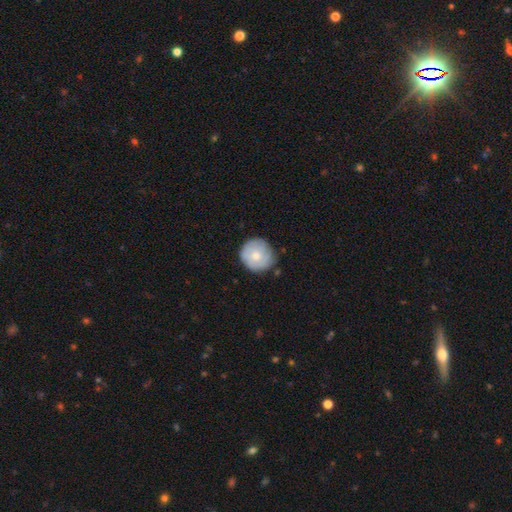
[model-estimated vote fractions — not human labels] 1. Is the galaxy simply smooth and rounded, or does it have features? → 68% smooth, 26% featured or disk, 6% star or artifact.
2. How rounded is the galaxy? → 93% round, 6% in between, 1% cigar-shaped.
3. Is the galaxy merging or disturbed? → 79% none, 16% minor disturbance, 3% major disturbance, 1% merger.